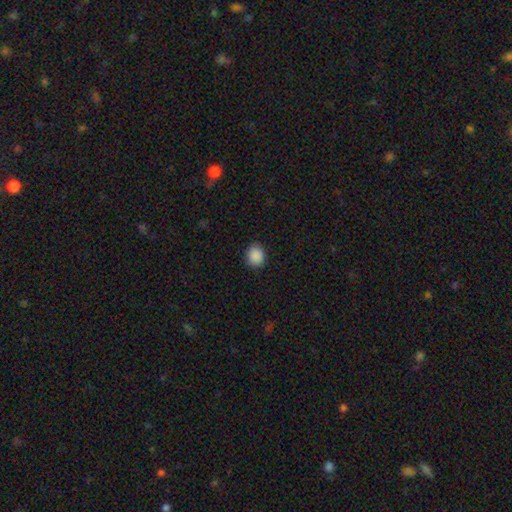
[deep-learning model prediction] Smooth or featured?
  - smooth: 89% *
  - star or artifact: 9%
  - featured or disk: 3%
How rounded?
  - round: 71% *
  - in between: 28%
  - cigar-shaped: 1%
Merging?
  - none: 88% *
  - minor disturbance: 9%
  - major disturbance: 2%
  - merger: 1%